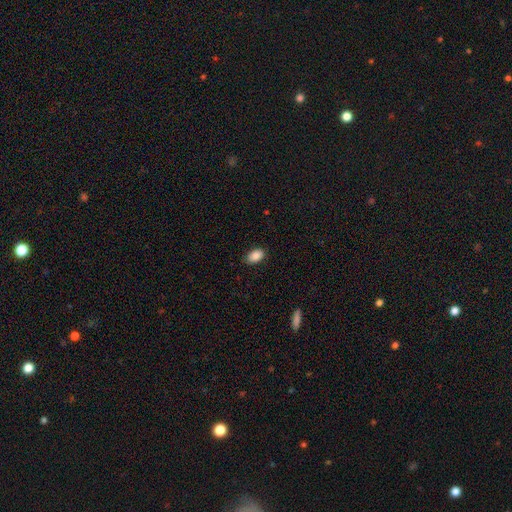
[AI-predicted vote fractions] The model was most divided on "merging": none: 84%, minor disturbance: 12%, major disturbance: 2%, merger: 1%. More confident: how rounded — in between (91%); smooth or featured — smooth (86%).